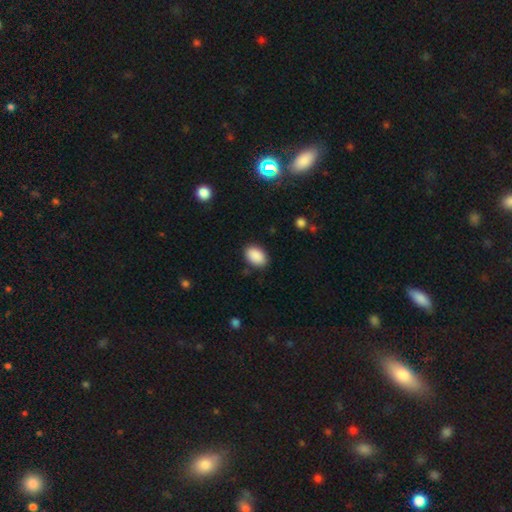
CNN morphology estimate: This is clearly a smooth galaxy (90%). How rounded: clearly in between (86%). Merging: clearly none (86%).